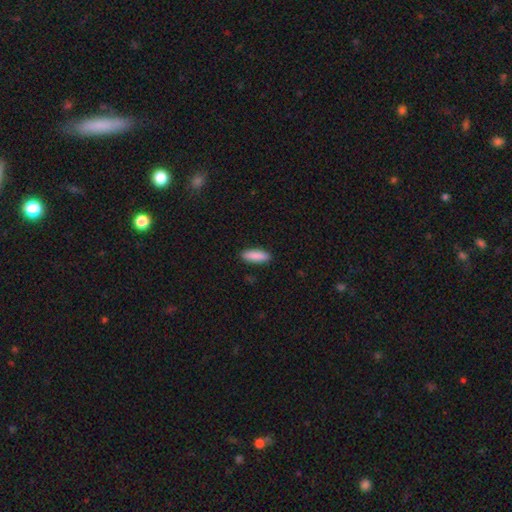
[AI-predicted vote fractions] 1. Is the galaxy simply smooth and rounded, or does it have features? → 89% smooth, 6% star or artifact, 5% featured or disk.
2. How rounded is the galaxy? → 56% in between, 43% cigar-shaped, 2% round.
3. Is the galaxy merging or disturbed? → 90% none, 7% minor disturbance, 2% major disturbance, 1% merger.